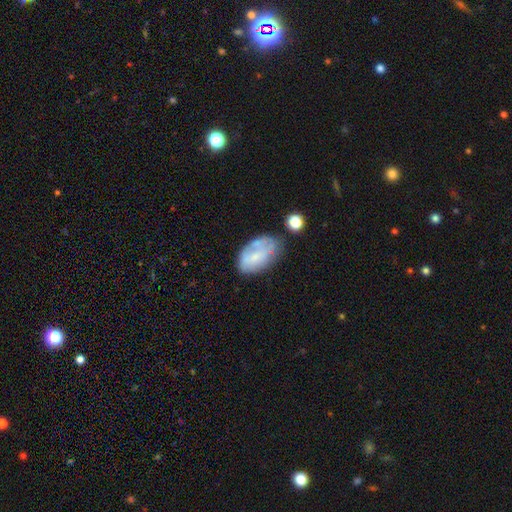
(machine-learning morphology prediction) Smooth or featured? smooth (55%)
How rounded? in between (92%)
Merging? none (46%)